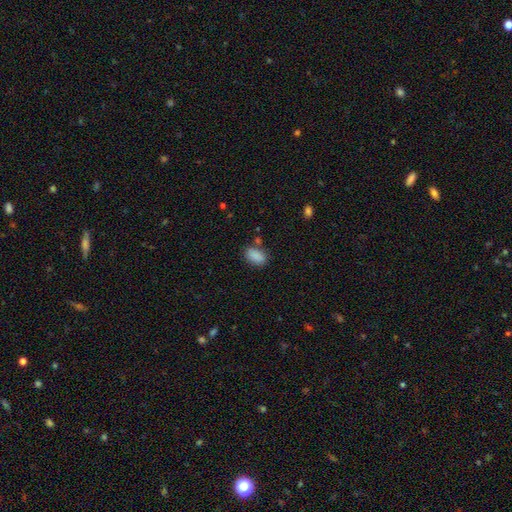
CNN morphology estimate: Q: Smooth or featured?
A: smooth (88%); runner-up: star or artifact (8%)
Q: How rounded?
A: in between (90%); runner-up: round (7%)
Q: Merging?
A: none (78%); runner-up: minor disturbance (14%)